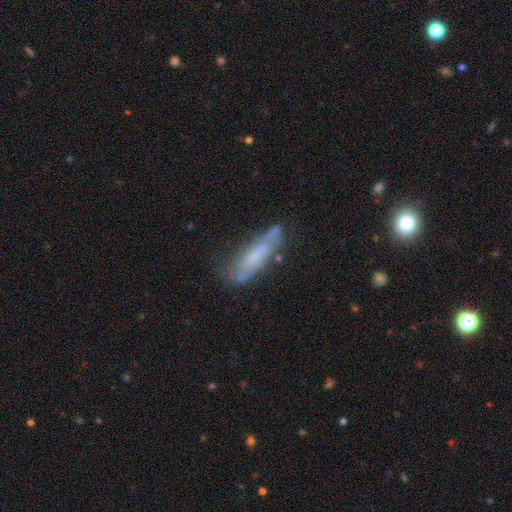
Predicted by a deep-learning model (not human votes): Smooth or featured? smooth (48%)
Merging? none (53%)